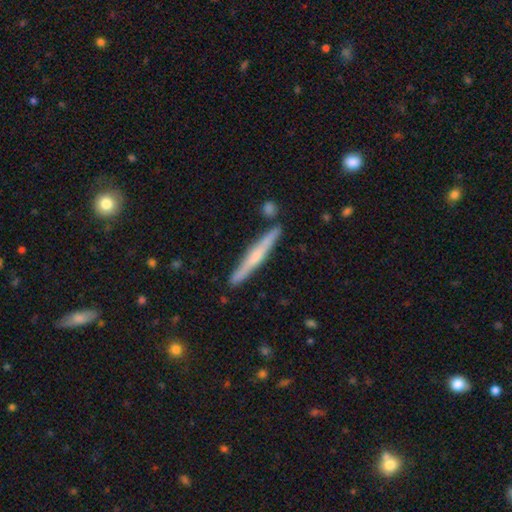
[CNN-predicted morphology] The model was most divided on "smooth or featured": featured or disk: 56%, smooth: 39%, star or artifact: 6%. More confident: edge-on disk — yes (96%); merging — none (87%); edge-on bulge — rounded (61%).